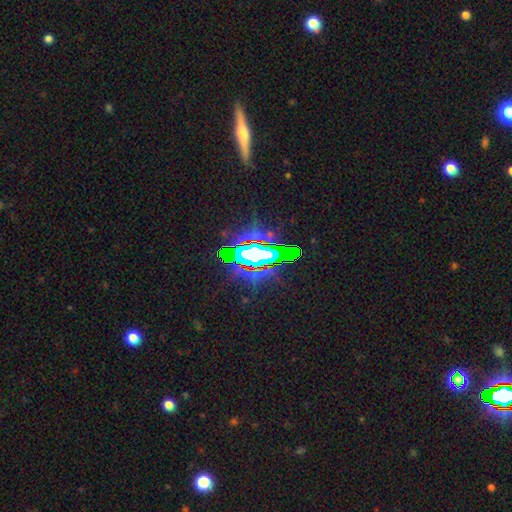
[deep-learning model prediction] A star or artifact, not a galaxy (66%).

Vote fractions:
- Smooth or featured? star or artifact: 66% / featured or disk: 19% / smooth: 14%